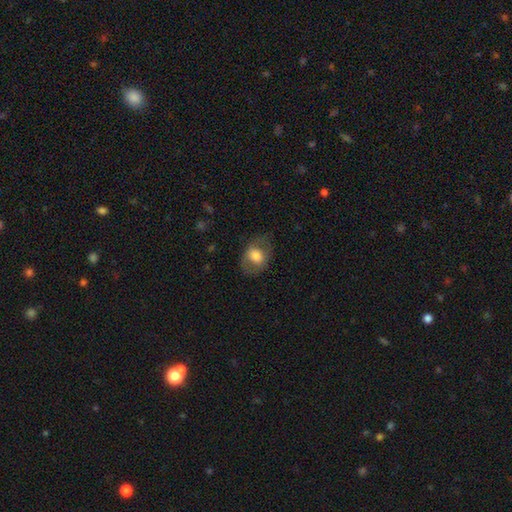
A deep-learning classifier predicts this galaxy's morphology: A smooth galaxy with no disk features (67%) that is in between round and cigar-shaped (66%).

Vote fractions:
- Smooth or featured? smooth: 67% / featured or disk: 26% / star or artifact: 8%
- How rounded? in between: 66% / round: 33% / cigar-shaped: 1%
- Merging? none: 69% / minor disturbance: 18% / major disturbance: 12% / merger: 1%